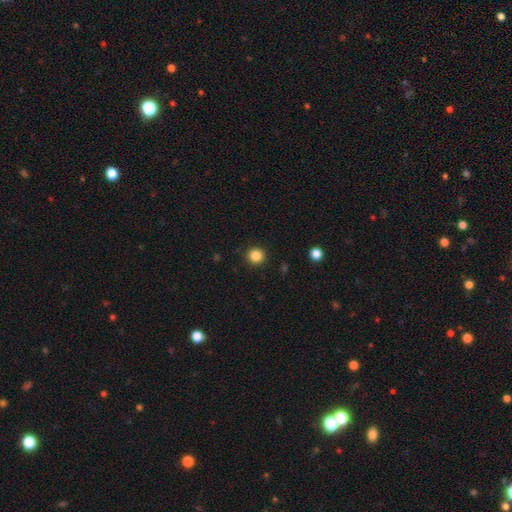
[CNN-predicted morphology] The model was most divided on "smooth or featured": smooth: 85%, star or artifact: 11%, featured or disk: 4%. More confident: how rounded — round (93%); merging — none (91%).